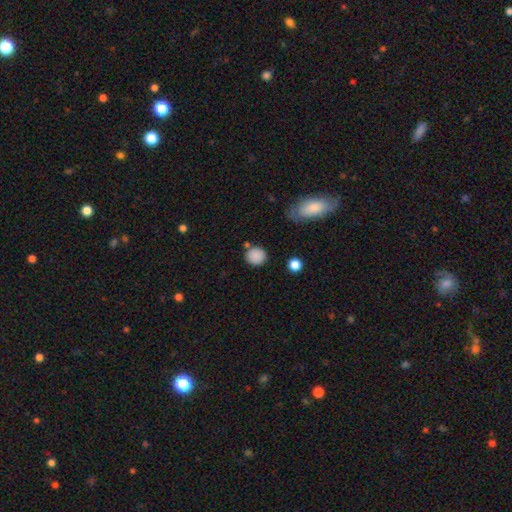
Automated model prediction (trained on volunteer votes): Morphology: type=smooth (87%); roundness=round (88%); merging=none (79%).